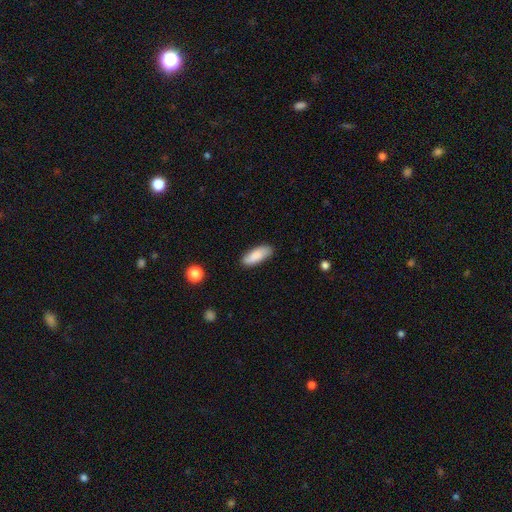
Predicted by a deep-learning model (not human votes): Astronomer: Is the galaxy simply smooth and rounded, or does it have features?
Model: smooth — 84%.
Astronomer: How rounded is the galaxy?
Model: in between — 71%.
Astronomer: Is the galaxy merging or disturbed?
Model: none — 85%.